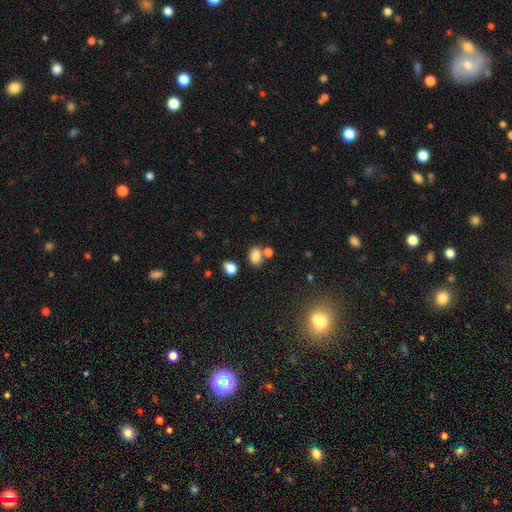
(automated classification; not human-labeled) Smooth or featured?
  - smooth: 81% *
  - star or artifact: 12%
  - featured or disk: 6%
How rounded?
  - in between: 77% *
  - round: 22%
  - cigar-shaped: 1%
Merging?
  - none: 58% *
  - merger: 23%
  - minor disturbance: 14%
  - major disturbance: 5%